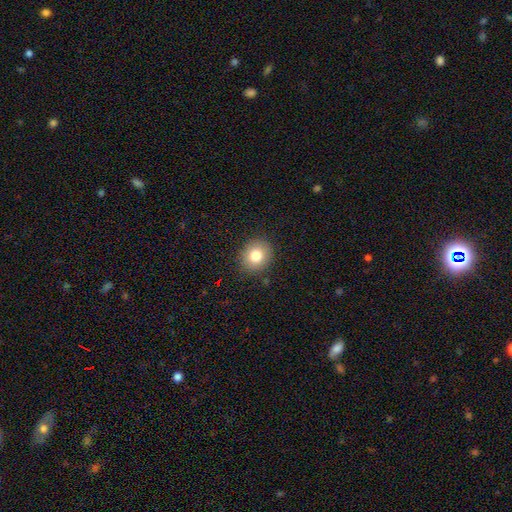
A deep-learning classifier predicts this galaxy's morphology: Smooth or featured?
  - smooth: 80% *
  - star or artifact: 10%
  - featured or disk: 10%
How rounded?
  - round: 76% *
  - in between: 23%
  - cigar-shaped: 1%
Merging?
  - none: 88% *
  - minor disturbance: 8%
  - major disturbance: 2%
  - merger: 1%